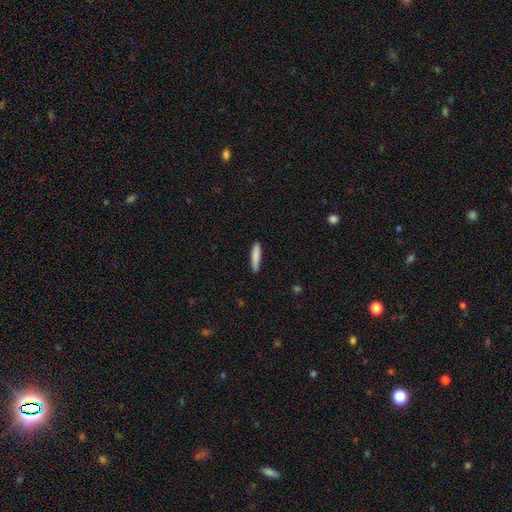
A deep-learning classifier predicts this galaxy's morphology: A smooth galaxy with no disk features (85%) that is cigar-shaped (85%). Merging: none (87%).